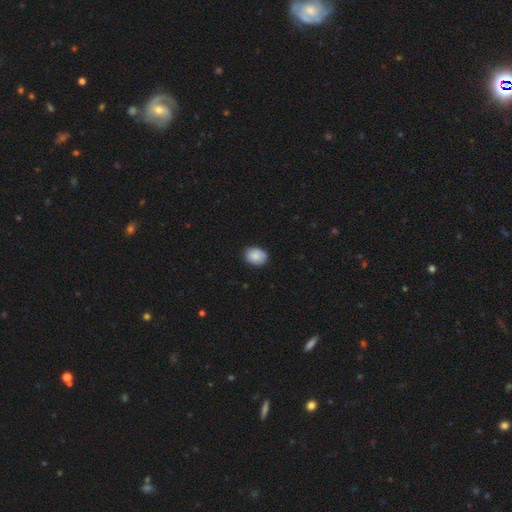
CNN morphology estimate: Smooth or featured? smooth (86%)
How rounded? in between (58%)
Merging? none (84%)